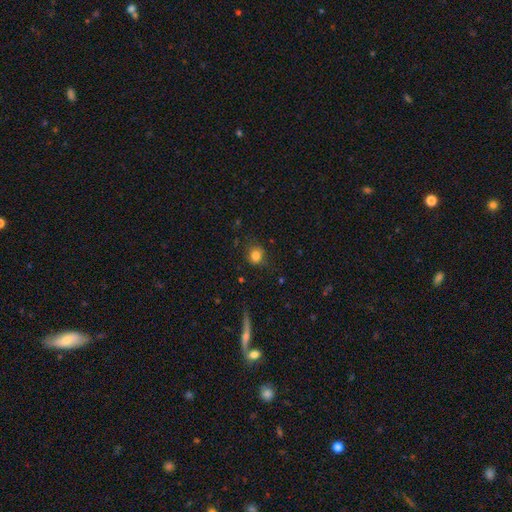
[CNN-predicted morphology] smooth-or-featured: smooth: 82% | star or artifact: 11% | featured or disk: 7%
  how-rounded: round: 77% | in between: 21% | cigar-shaped: 1%
  merging: none: 74% | minor disturbance: 18% | major disturbance: 6% | merger: 2%